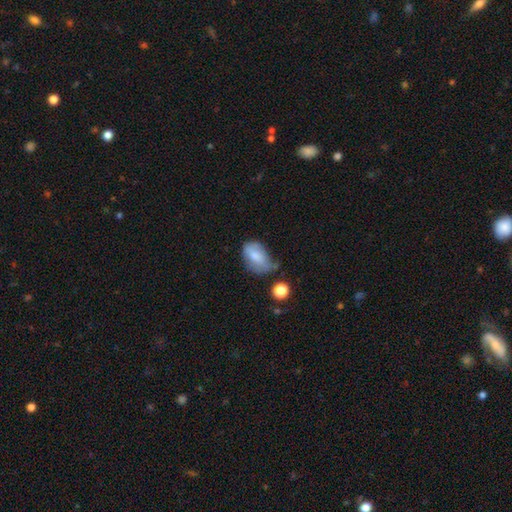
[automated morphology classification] This appears to be a smooth galaxy with no disk features (70%) that is in between round and cigar-shaped (87%). Merging: minor disturbance (39%).